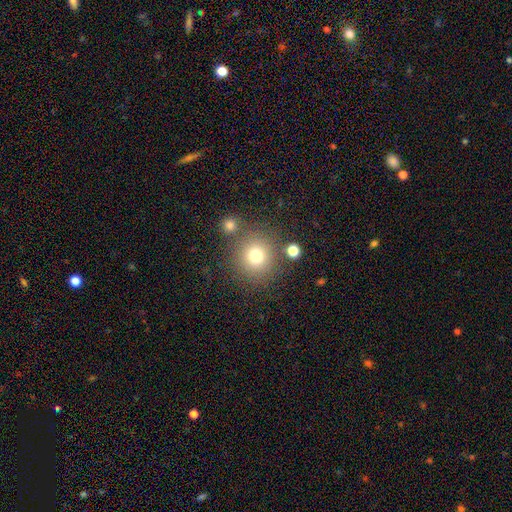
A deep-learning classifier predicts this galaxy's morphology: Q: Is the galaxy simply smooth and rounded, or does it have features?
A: smooth — 76%.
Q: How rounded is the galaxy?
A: round — 92%.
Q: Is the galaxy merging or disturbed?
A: none — 77%.